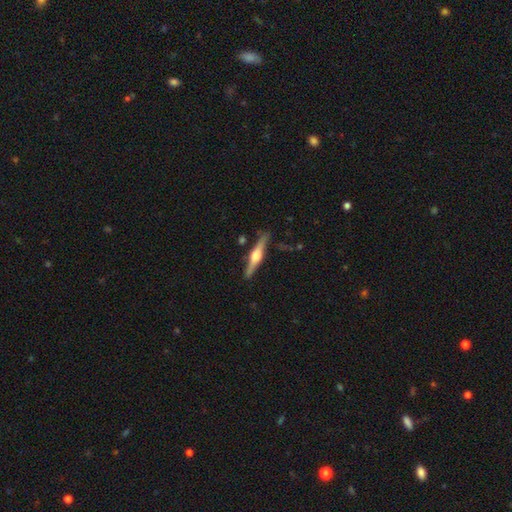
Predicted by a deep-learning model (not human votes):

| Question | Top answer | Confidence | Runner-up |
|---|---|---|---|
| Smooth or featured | featured or disk | 75% | smooth (20%) |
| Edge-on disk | yes | 98% | no (2%) |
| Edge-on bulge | rounded | 90% | boxy (8%) |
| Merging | none | 86% | minor disturbance (10%) |